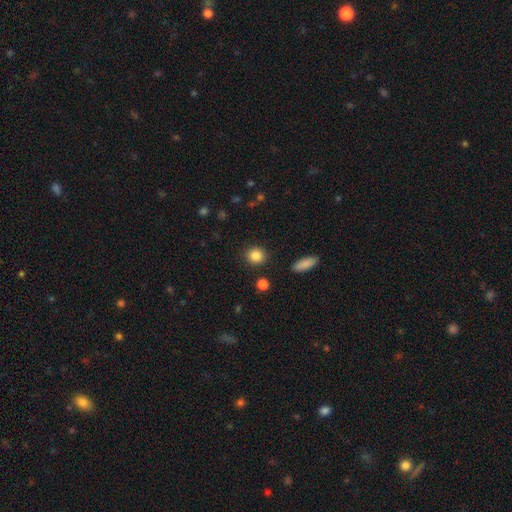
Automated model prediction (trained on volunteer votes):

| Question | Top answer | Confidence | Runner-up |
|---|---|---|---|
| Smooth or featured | smooth | 86% | star or artifact (9%) |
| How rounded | round | 85% | in between (14%) |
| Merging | none | 90% | minor disturbance (6%) |